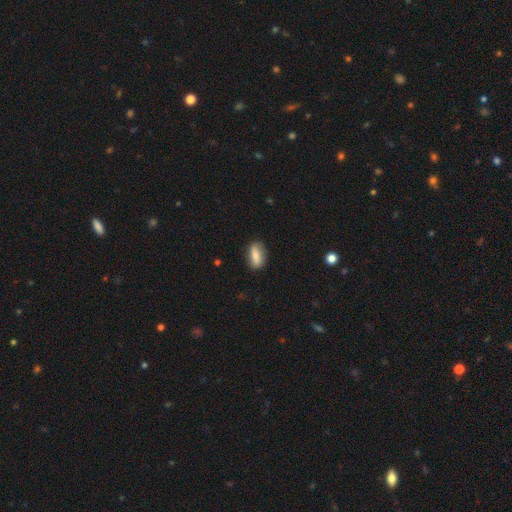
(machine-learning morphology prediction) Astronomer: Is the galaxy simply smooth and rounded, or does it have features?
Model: smooth — 77%.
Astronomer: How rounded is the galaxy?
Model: in between — 78%.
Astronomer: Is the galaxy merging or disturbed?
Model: none — 84%.